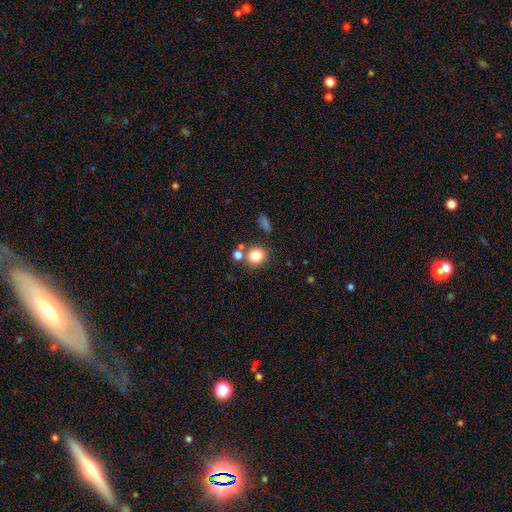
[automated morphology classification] Q: Smooth or featured?
A: smooth (82%); runner-up: star or artifact (11%)
Q: How rounded?
A: round (81%); runner-up: in between (18%)
Q: Merging?
A: none (69%); runner-up: merger (16%)